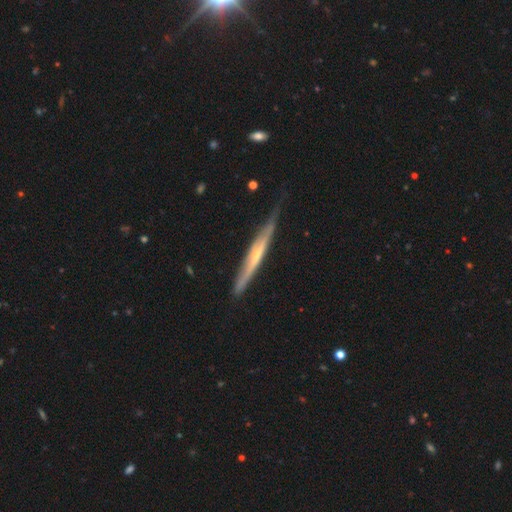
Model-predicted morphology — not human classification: smooth_or_featured: featured or disk (p=0.69) [alt: smooth p=0.25]
disk_edge_on: yes (p=0.93) [alt: no p=0.07]
edge_on_bulge: rounded (p=0.54) [alt: none p=0.40]
merging: none (p=0.69) [alt: minor disturbance p=0.25]